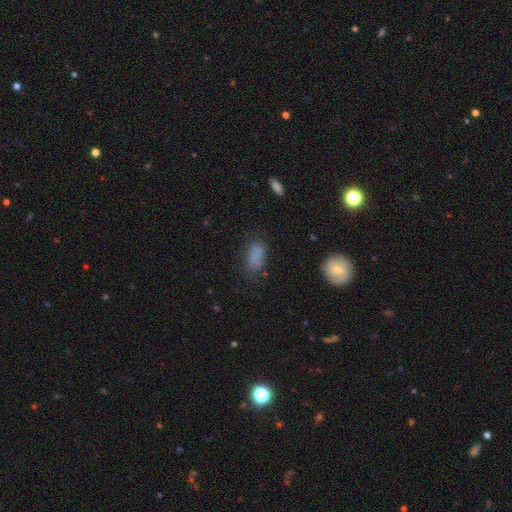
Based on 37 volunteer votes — A smooth galaxy with no disk features (78%) that is in between round and cigar-shaped (100%). Merging: none (57%).